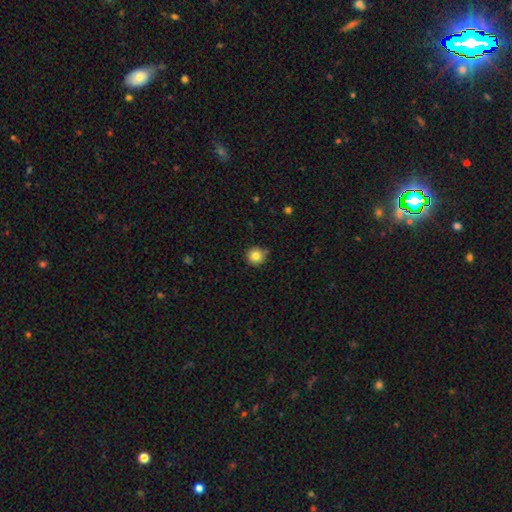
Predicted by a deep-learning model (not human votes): Smooth or featured?
  - smooth: 82% *
  - star or artifact: 11%
  - featured or disk: 7%
How rounded?
  - round: 94% *
  - in between: 5%
  - cigar-shaped: 1%
Merging?
  - none: 84% *
  - minor disturbance: 11%
  - merger: 3%
  - major disturbance: 2%